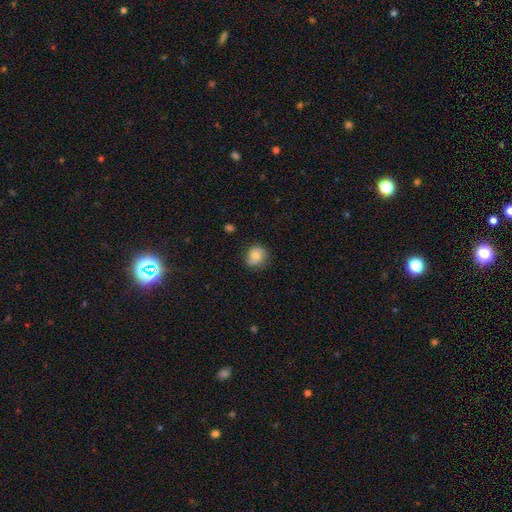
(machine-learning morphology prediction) Smooth or featured?
  - smooth: 70% *
  - featured or disk: 21%
  - star or artifact: 9%
How rounded?
  - round: 77% *
  - in between: 22%
  - cigar-shaped: 1%
Merging?
  - none: 71% *
  - minor disturbance: 23%
  - major disturbance: 5%
  - merger: 1%